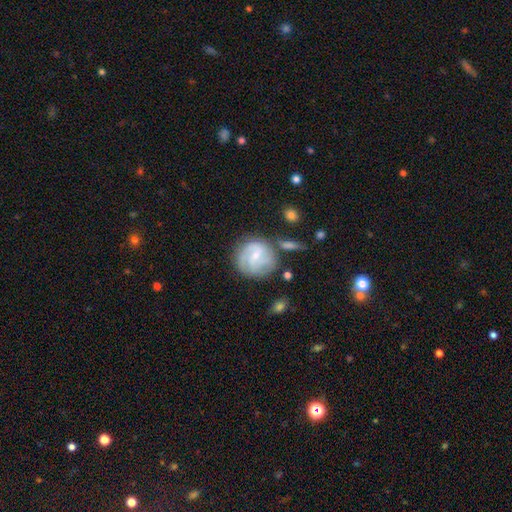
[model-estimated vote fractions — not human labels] This appears to be a featured or disk galaxy (64%) with a weak bar (52%), 2 (37%) medium (42%) spiral arms (88%) and a small central bulge (66%). Merging: none (65%).